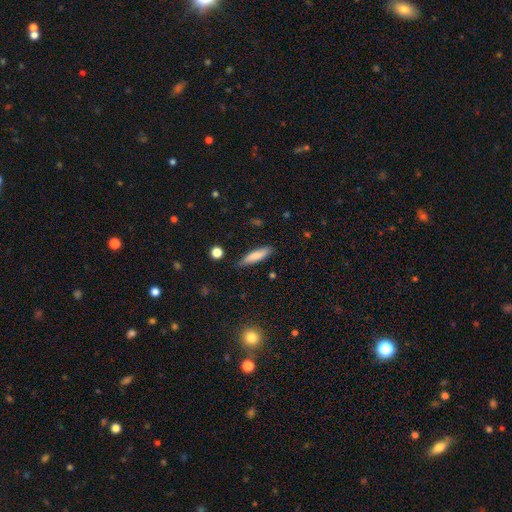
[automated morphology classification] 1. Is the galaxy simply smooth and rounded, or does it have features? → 78% smooth, 15% featured or disk, 7% star or artifact.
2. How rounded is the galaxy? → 75% cigar-shaped, 23% in between, 2% round.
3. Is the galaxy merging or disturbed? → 82% none, 14% minor disturbance, 3% major disturbance, 2% merger.